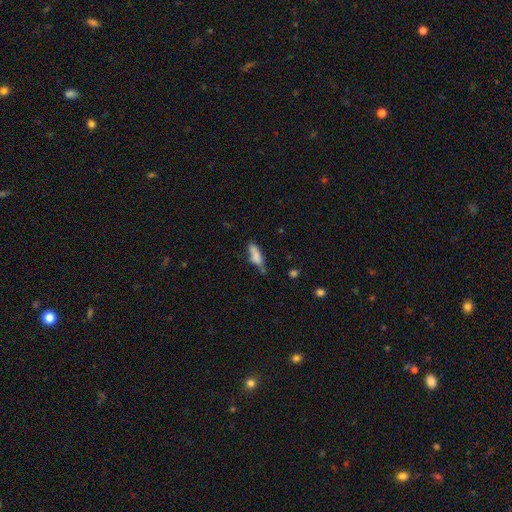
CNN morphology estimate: smooth-or-featured: smooth: 76% | featured or disk: 15% | star or artifact: 8%
  how-rounded: cigar-shaped: 53% | in between: 45% | round: 2%
  merging: none: 50% | minor disturbance: 32% | major disturbance: 10% | merger: 8%